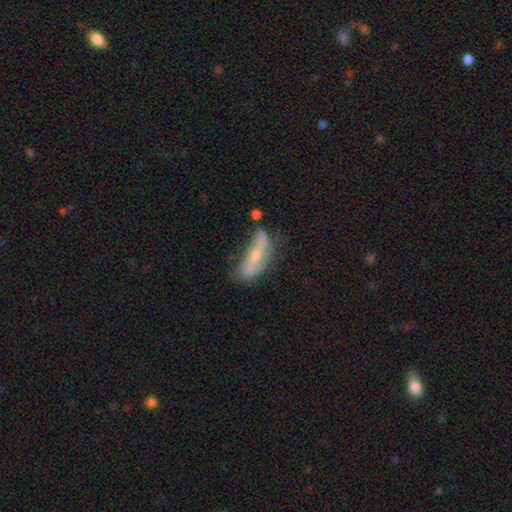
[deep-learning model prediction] smooth-or-featured: featured or disk: 58% | smooth: 34% | star or artifact: 8%
  disk-edge-on: no: 73% | yes: 27%
  merging: none: 42% | minor disturbance: 33% | major disturbance: 18% | merger: 7%